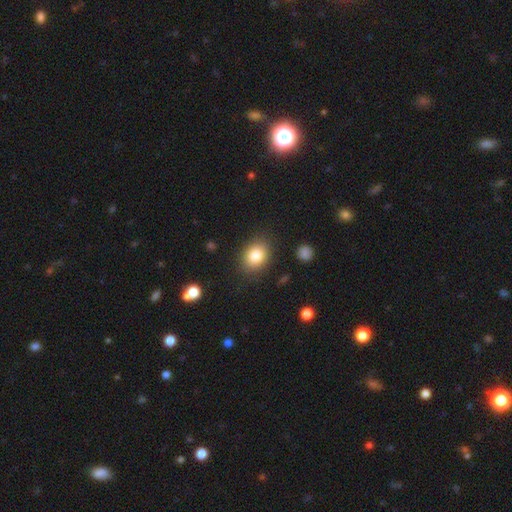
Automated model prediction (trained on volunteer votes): Smooth or featured? smooth (83%)
How rounded? in between (57%)
Merging? none (85%)